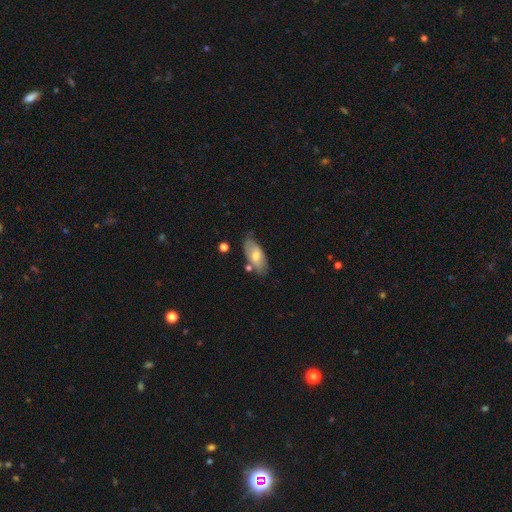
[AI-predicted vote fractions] Smooth or featured?
  - smooth: 63% *
  - featured or disk: 31%
  - star or artifact: 6%
How rounded?
  - in between: 88% *
  - cigar-shaped: 9%
  - round: 3%
Merging?
  - none: 71% *
  - minor disturbance: 19%
  - merger: 6%
  - major disturbance: 4%